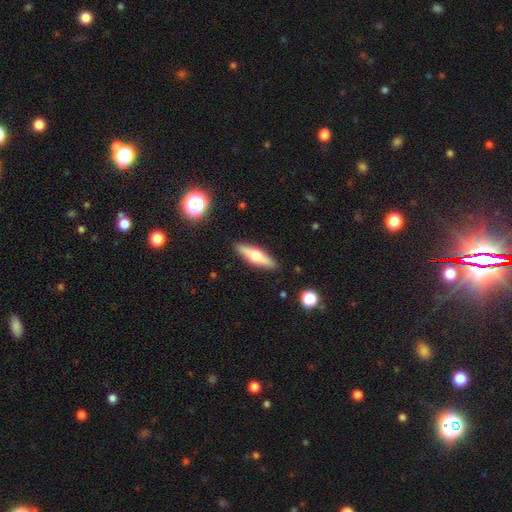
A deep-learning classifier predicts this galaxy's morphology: Q: Smooth or featured?
A: featured or disk (48%); runner-up: smooth (46%)
Q: Merging?
A: none (89%); runner-up: minor disturbance (8%)